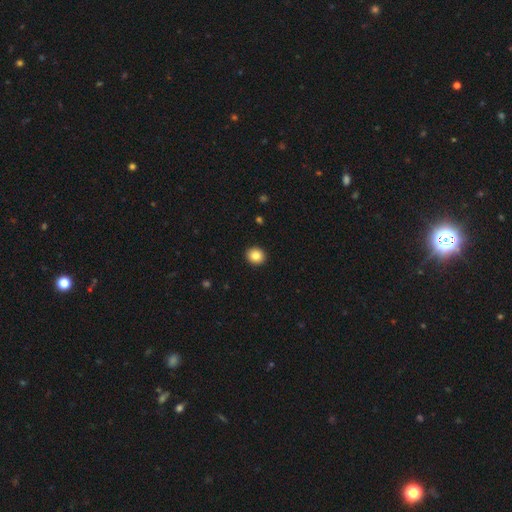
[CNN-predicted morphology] smooth 84%, star or artifact 9%, featured or disk 7%. Down the decision tree: how rounded — round (84%); merging — none (93%).